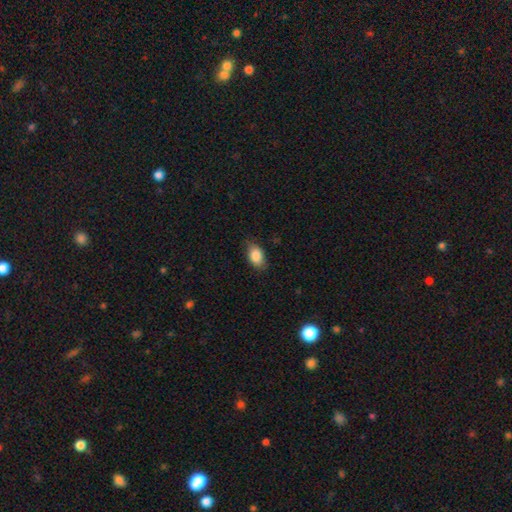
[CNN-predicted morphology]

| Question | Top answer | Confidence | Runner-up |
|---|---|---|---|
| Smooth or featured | smooth | 87% | star or artifact (7%) |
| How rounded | in between | 89% | round (9%) |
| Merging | none | 80% | minor disturbance (16%) |